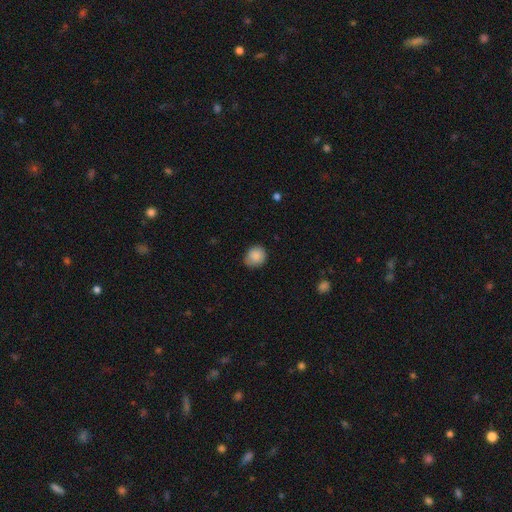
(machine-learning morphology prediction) smooth-or-featured: smooth: 87% | star or artifact: 8% | featured or disk: 5%
  how-rounded: round: 80% | in between: 19% | cigar-shaped: 1%
  merging: none: 73% | minor disturbance: 22% | major disturbance: 4% | merger: 1%